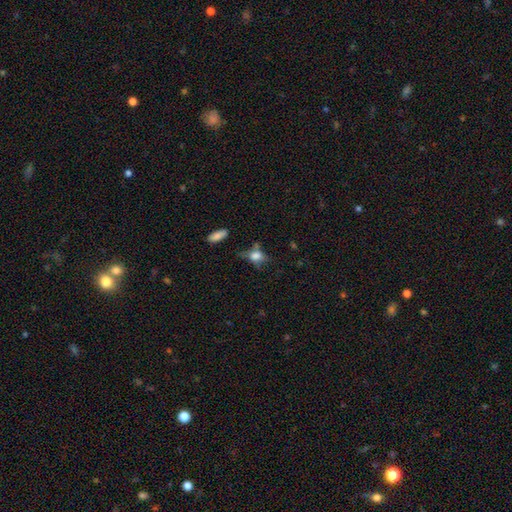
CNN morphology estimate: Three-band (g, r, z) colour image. It shows a smooth galaxy with no disk features (68%) that is in between round and cigar-shaped (65%). Merging: none (48%).